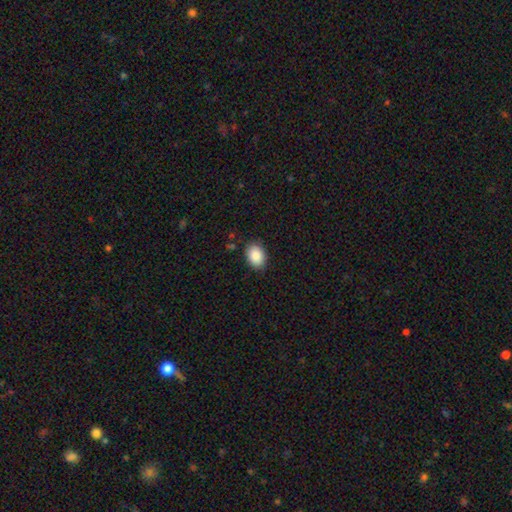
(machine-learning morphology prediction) Q: Smooth or featured?
A: smooth (88%); runner-up: star or artifact (7%)
Q: How rounded?
A: in between (79%); runner-up: round (20%)
Q: Merging?
A: none (87%); runner-up: minor disturbance (9%)